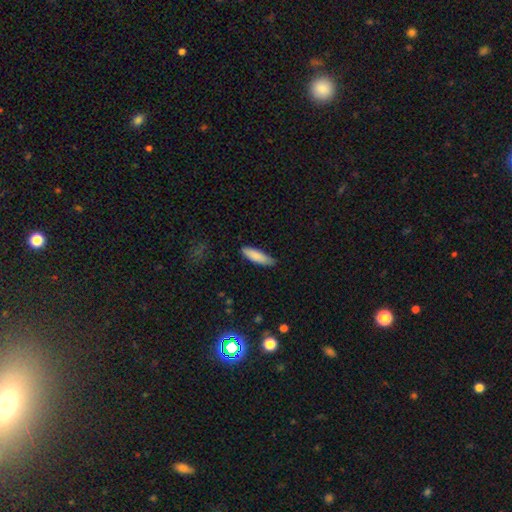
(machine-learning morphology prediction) A smooth galaxy with no disk features (86%) that is cigar-shaped (60%).

Vote fractions:
- Smooth or featured? smooth: 86% / featured or disk: 8% / star or artifact: 6%
- How rounded? cigar-shaped: 60% / in between: 39% / round: 1%
- Merging? none: 75% / minor disturbance: 21% / major disturbance: 3% / merger: 1%